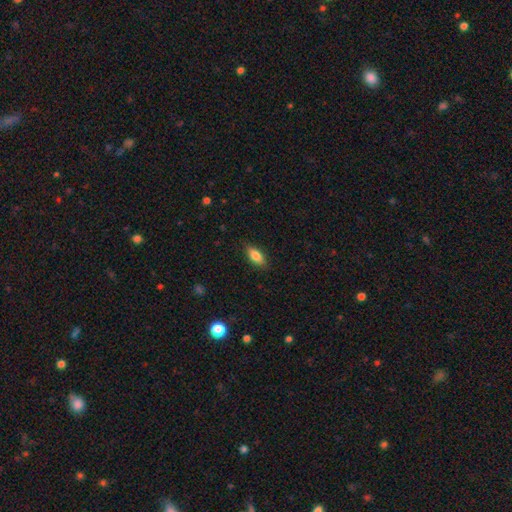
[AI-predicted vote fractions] smooth-or-featured: smooth: 82% | featured or disk: 11% | star or artifact: 7%
  how-rounded: in between: 84% | cigar-shaped: 13% | round: 3%
  merging: none: 85% | minor disturbance: 12% | major disturbance: 2% | merger: 1%